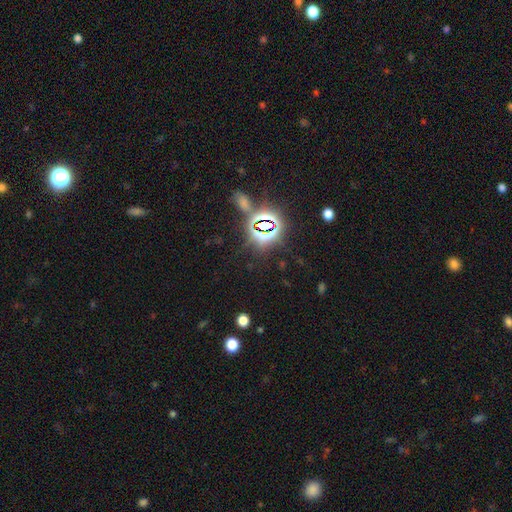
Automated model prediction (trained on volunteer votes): star or artifact 82%, smooth 11%, featured or disk 7%.